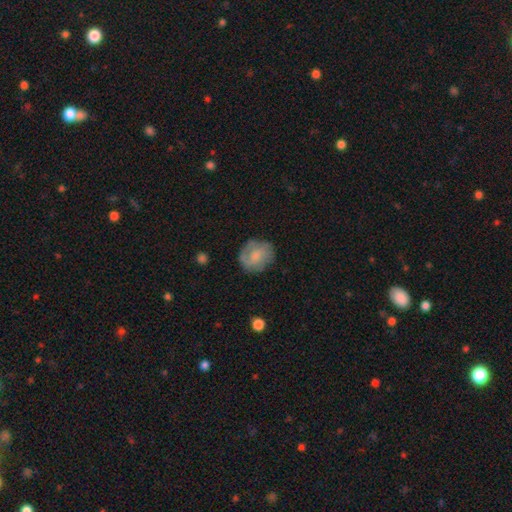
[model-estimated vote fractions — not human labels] A smooth galaxy with no disk features (61%) that is round (72%).

Vote fractions:
- Smooth or featured? smooth: 61% / featured or disk: 31% / star or artifact: 8%
- How rounded? round: 72% / in between: 27% / cigar-shaped: 1%
- Merging? none: 70% / minor disturbance: 20% / major disturbance: 8% / merger: 2%